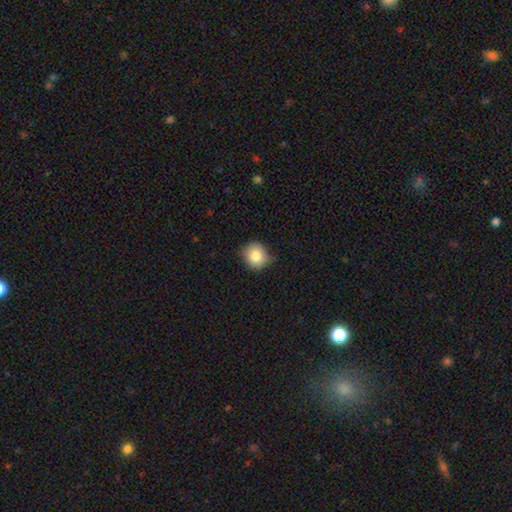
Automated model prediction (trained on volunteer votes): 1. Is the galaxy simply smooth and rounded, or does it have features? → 81% smooth, 10% star or artifact, 9% featured or disk.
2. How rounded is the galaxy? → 86% round, 13% in between, 1% cigar-shaped.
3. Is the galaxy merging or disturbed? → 77% none, 18% minor disturbance, 3% major disturbance, 1% merger.